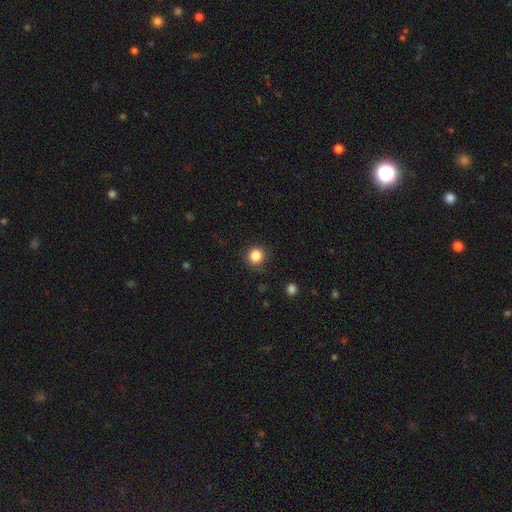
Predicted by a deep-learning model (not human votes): Smooth or featured?
  - smooth: 85% *
  - star or artifact: 11%
  - featured or disk: 4%
How rounded?
  - round: 92% *
  - in between: 7%
  - cigar-shaped: 1%
Merging?
  - none: 88% *
  - minor disturbance: 9%
  - major disturbance: 3%
  - merger: 1%